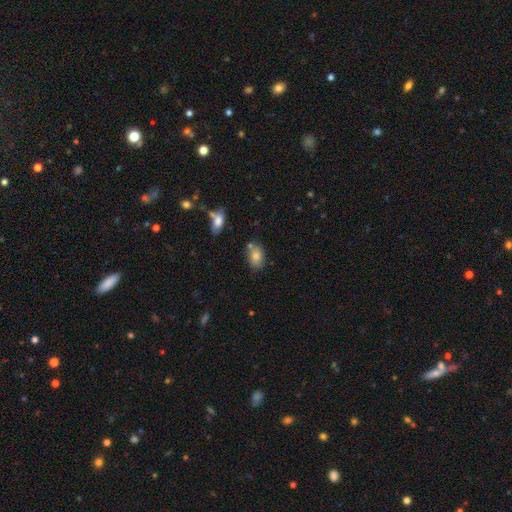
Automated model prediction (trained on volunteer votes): smooth 80%, featured or disk 11%, star or artifact 9%. Down the decision tree: how rounded — in between (85%); merging — none (65%).